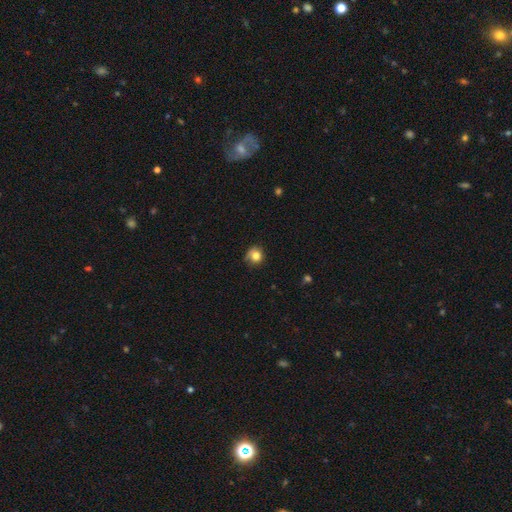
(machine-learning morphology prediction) The model was most divided on "merging": none: 65%, minor disturbance: 26%, major disturbance: 7%, merger: 2%. More confident: how rounded — round (86%); smooth or featured — smooth (80%).